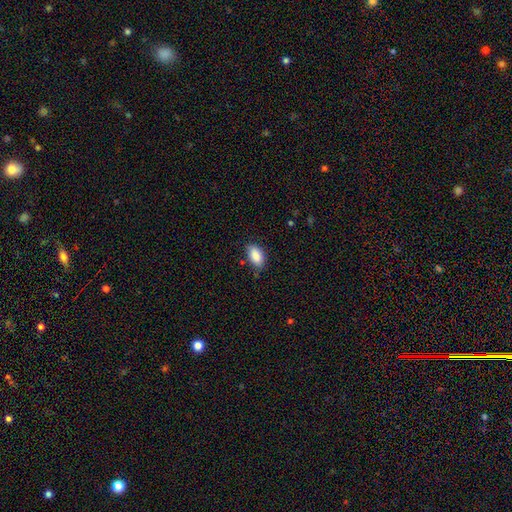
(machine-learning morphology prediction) This is clearly a smooth galaxy (88%). How rounded: clearly in between (92%). Merging: likely none (76%).